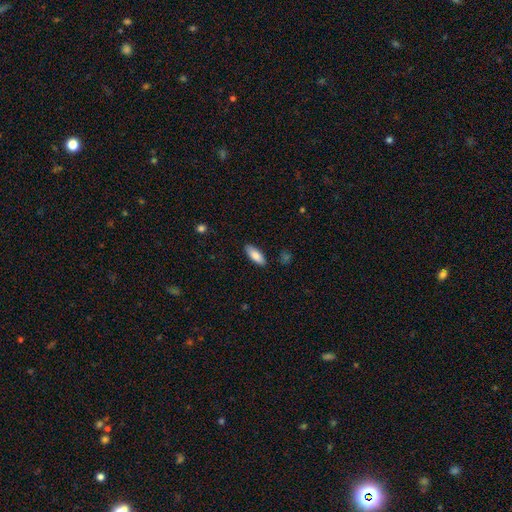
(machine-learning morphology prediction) Q: Smooth or featured?
A: smooth (83%); runner-up: featured or disk (11%)
Q: How rounded?
A: in between (70%); runner-up: cigar-shaped (29%)
Q: Merging?
A: none (88%); runner-up: minor disturbance (9%)